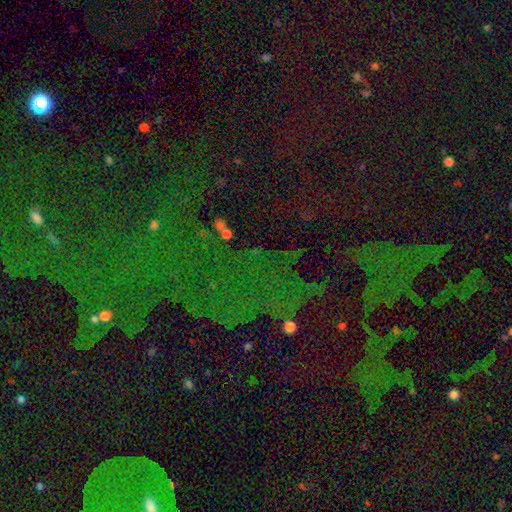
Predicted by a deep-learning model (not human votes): smooth-or-featured: star or artifact: 76% | smooth: 14% | featured or disk: 10%